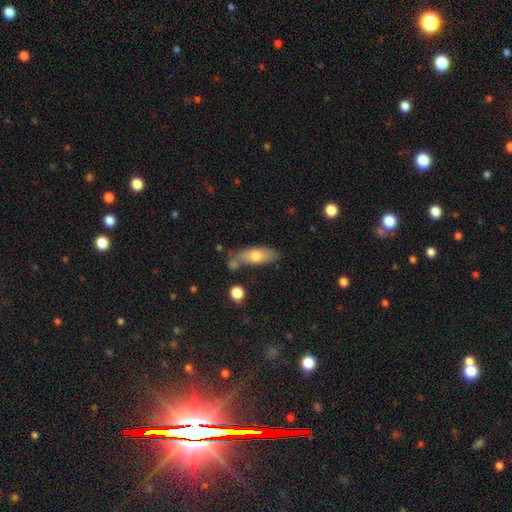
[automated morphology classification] smooth 70%, featured or disk 24%, star or artifact 7%. Down the decision tree: how rounded — in between (72%); merging — none (57%).